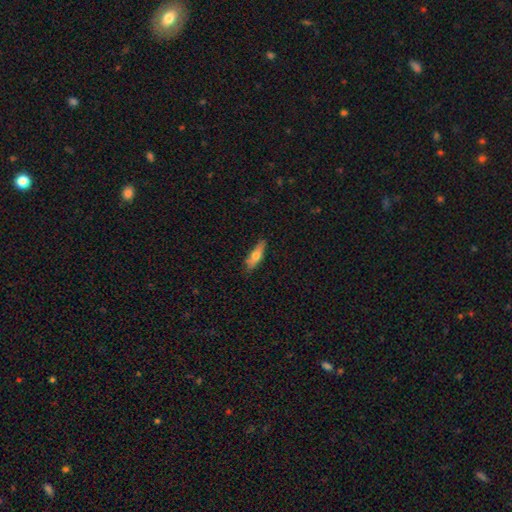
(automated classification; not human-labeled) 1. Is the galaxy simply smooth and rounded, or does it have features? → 64% smooth, 30% featured or disk, 6% star or artifact.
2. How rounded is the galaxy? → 51% cigar-shaped, 46% in between, 3% round.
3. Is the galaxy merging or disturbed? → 80% none, 15% minor disturbance, 3% major disturbance, 1% merger.